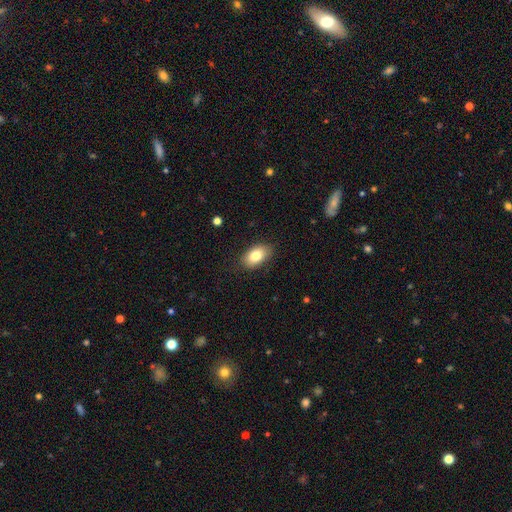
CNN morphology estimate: A smooth galaxy with no disk features (81%) that is in between round and cigar-shaped (90%). Merging: none (85%).